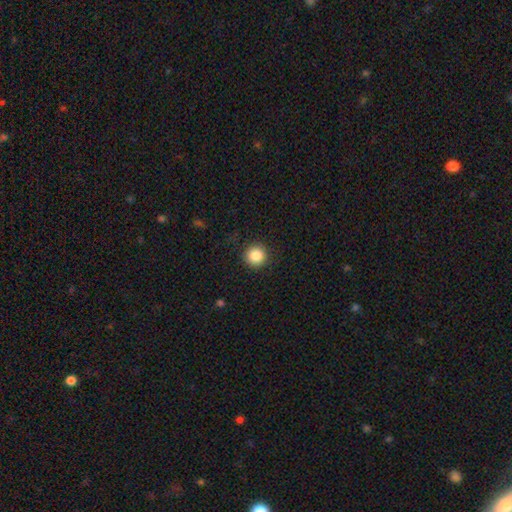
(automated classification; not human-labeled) smooth_or_featured: smooth (p=0.86) [alt: star or artifact p=0.10]
how_rounded: round (p=0.95) [alt: in between p=0.04]
merging: none (p=0.91) [alt: minor disturbance p=0.06]